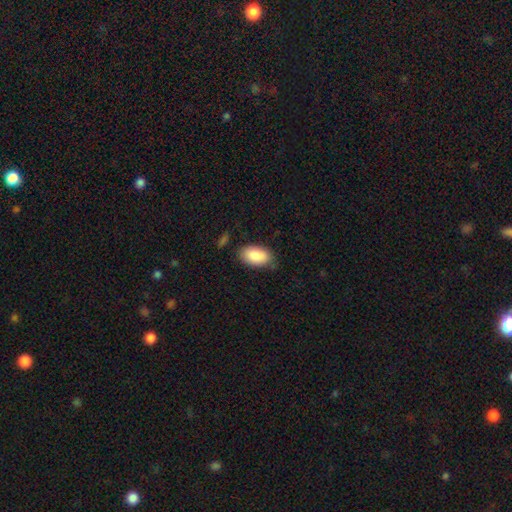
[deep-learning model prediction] A smooth galaxy with no disk features (88%) that is in between round and cigar-shaped (95%). Merging: none (75%).